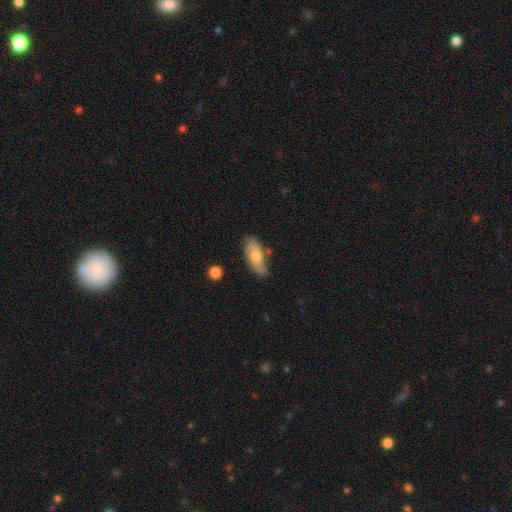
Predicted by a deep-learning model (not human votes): Smooth or featured? Predicted: smooth (p=0.54). How rounded? Predicted: in between (p=0.83). Merging? Predicted: none (p=0.64).